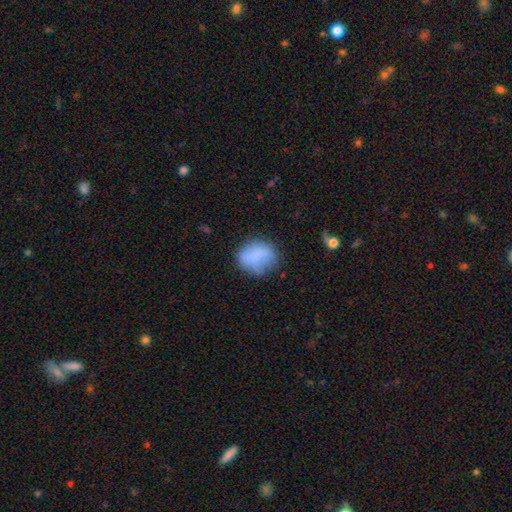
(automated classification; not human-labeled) The model was most divided on "how rounded": round: 59%, in between: 40%, cigar-shaped: 1%. More confident: smooth or featured — smooth (78%); merging — none (64%).